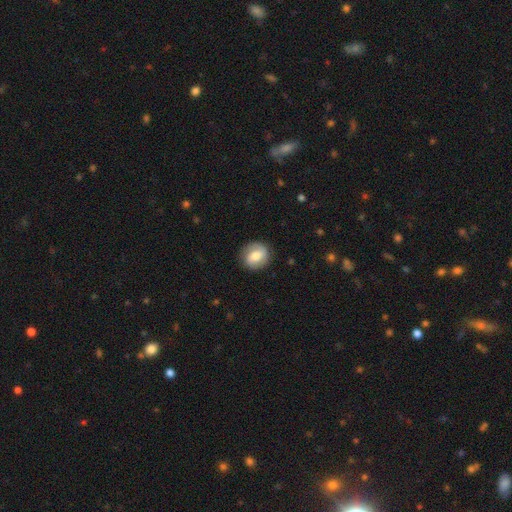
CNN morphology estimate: Overall: smooth (55%; featured or disk 38%). How rounded: round (73%). Merging: none (83%).